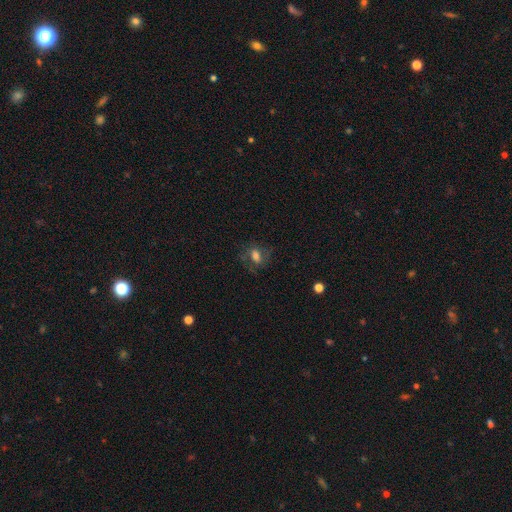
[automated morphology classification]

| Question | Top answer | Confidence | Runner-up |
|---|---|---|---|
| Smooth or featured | smooth | 56% | featured or disk (30%) |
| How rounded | in between | 71% | round (24%) |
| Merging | none | 64% | minor disturbance (20%) |